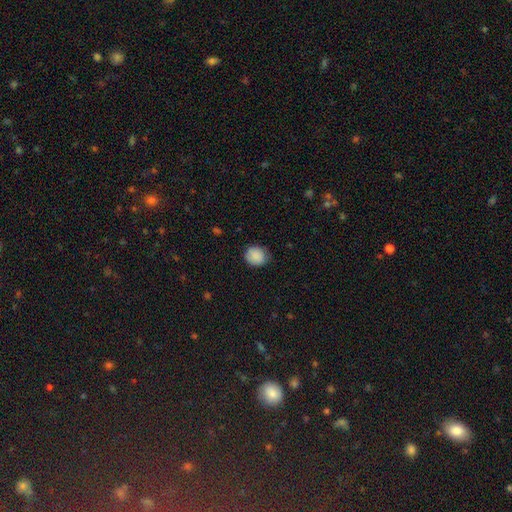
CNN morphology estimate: Smooth or featured? Predicted: smooth (p=0.88). How rounded? Predicted: round (p=0.74). Merging? Predicted: none (p=0.79).